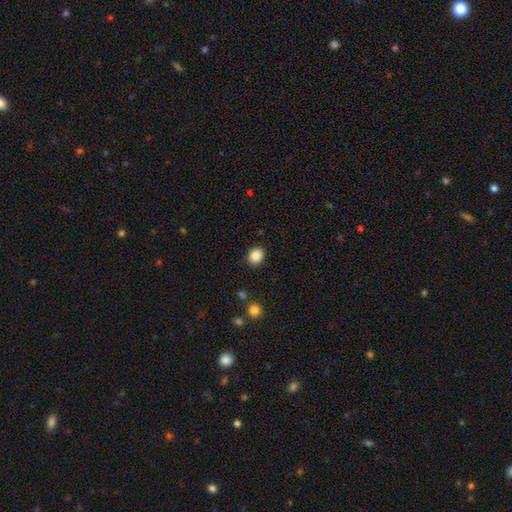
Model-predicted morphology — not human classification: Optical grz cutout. It shows a smooth galaxy with no disk features (85%) that is round (59%). Merging: none (86%).